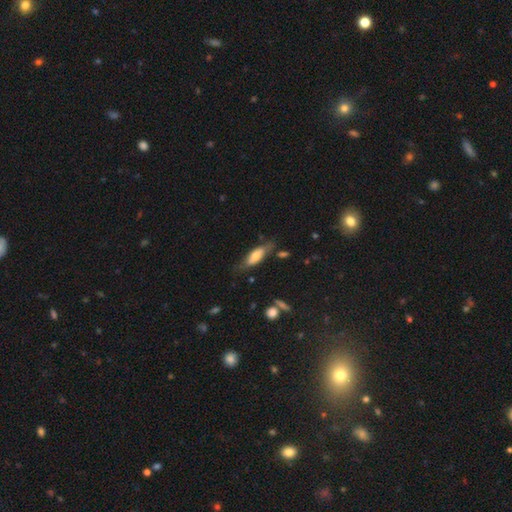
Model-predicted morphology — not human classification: Smooth or featured?
  - smooth: 61% *
  - featured or disk: 33%
  - star or artifact: 6%
How rounded?
  - in between: 61% *
  - cigar-shaped: 37%
  - round: 2%
Merging?
  - none: 61% *
  - minor disturbance: 26%
  - major disturbance: 8%
  - merger: 4%